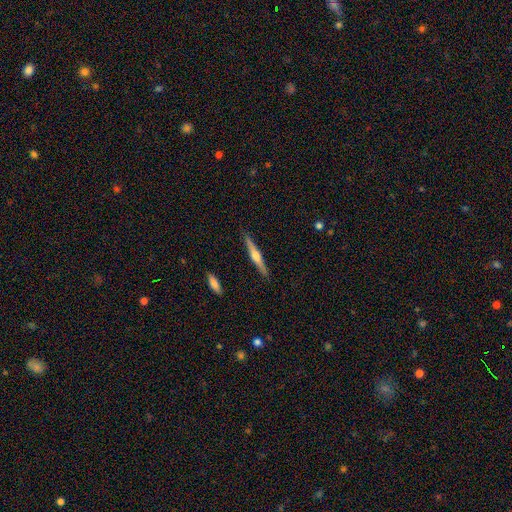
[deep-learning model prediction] featured or disk 69%, smooth 25%, star or artifact 6%. Down the decision tree: edge-on disk — yes (98%); edge-on bulge — rounded (92%); merging — none (90%).